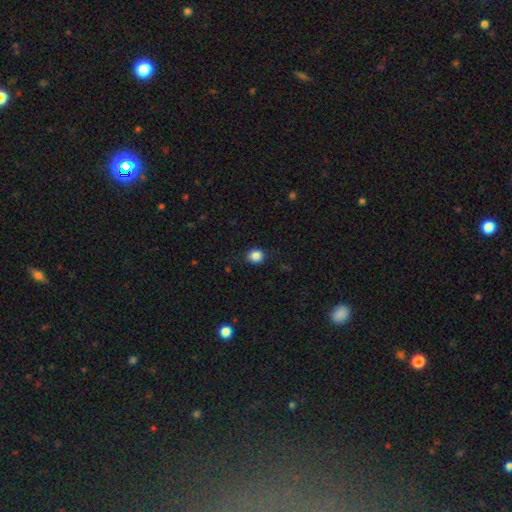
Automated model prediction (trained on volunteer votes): smooth 86%, star or artifact 10%, featured or disk 4%. Down the decision tree: how rounded — round (80%); merging — none (86%).